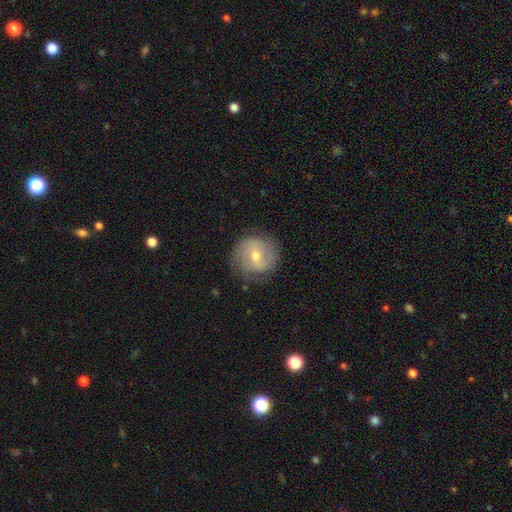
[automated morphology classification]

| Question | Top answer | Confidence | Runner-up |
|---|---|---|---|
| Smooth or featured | featured or disk | 68% | smooth (24%) |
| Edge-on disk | no | 97% | yes (3%) |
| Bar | weak | 48% | no (36%) |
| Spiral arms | yes | 85% | no (15%) |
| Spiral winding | tight | 43% | medium (40%) |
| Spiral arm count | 2 | 67% | can't tell (18%) |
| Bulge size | moderate | 63% | small (33%) |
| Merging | none | 79% | minor disturbance (15%) |